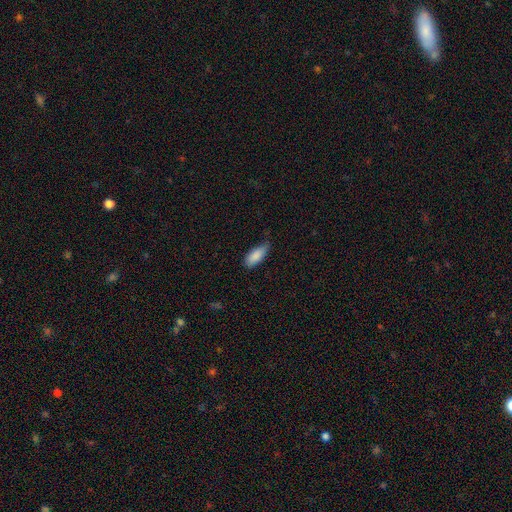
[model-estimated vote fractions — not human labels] The model was most divided on "merging": none: 58%, minor disturbance: 36%, major disturbance: 5%, merger: 2%. More confident: smooth or featured — smooth (87%); how rounded — in between (84%).